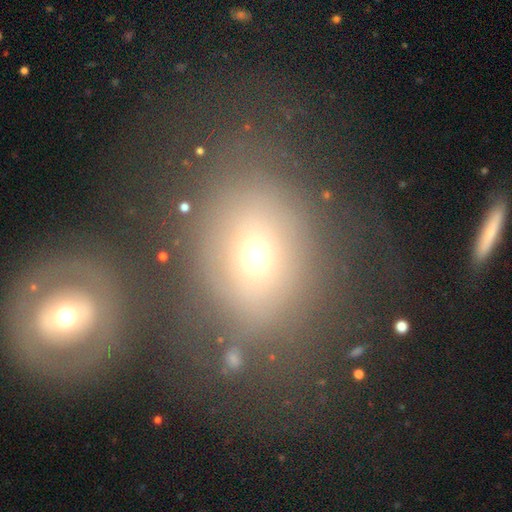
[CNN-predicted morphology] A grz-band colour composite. It shows a smooth galaxy with no disk features (62%) that is in between round and cigar-shaped (50%). Merging: none (57%).